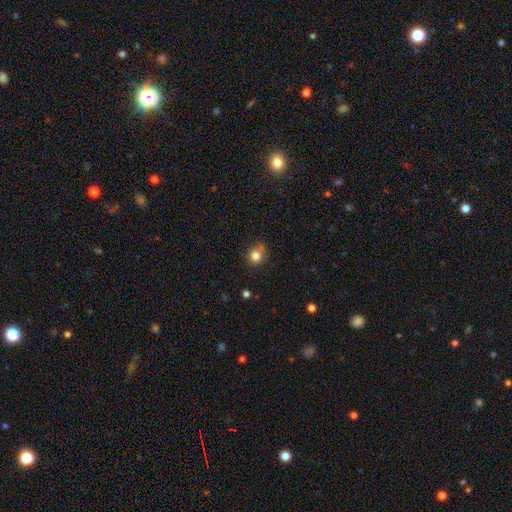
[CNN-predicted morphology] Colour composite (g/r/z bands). It shows a smooth galaxy with no disk features (81%) that is round (85%). Merging: none (73%).